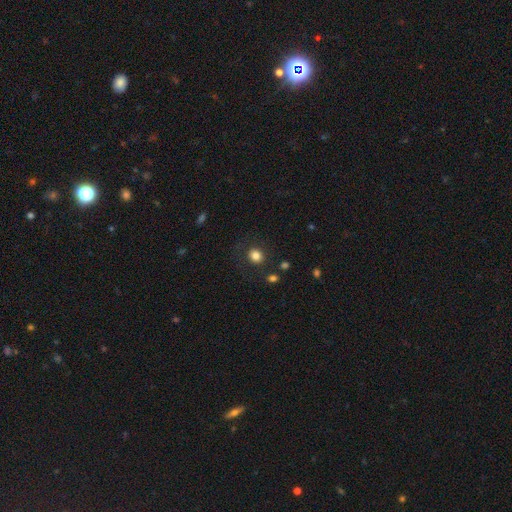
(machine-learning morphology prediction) Smooth or featured? Predicted: smooth (p=0.82). How rounded? Predicted: round (p=0.80). Merging? Predicted: none (p=0.84).